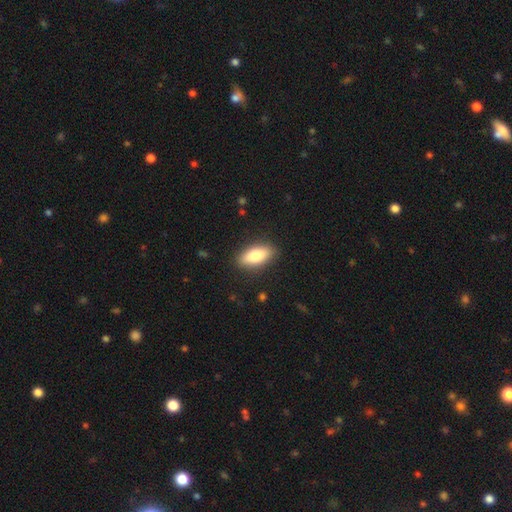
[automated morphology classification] Overall: smooth (78%). How rounded: in between (81%). Merging: none (88%).